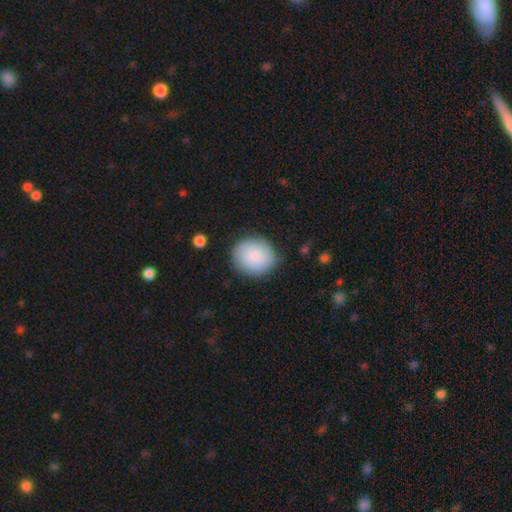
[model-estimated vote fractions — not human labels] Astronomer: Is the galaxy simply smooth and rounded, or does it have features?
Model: smooth — 85%.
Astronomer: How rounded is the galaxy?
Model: round — 78%.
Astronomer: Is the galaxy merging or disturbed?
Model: none — 81%.